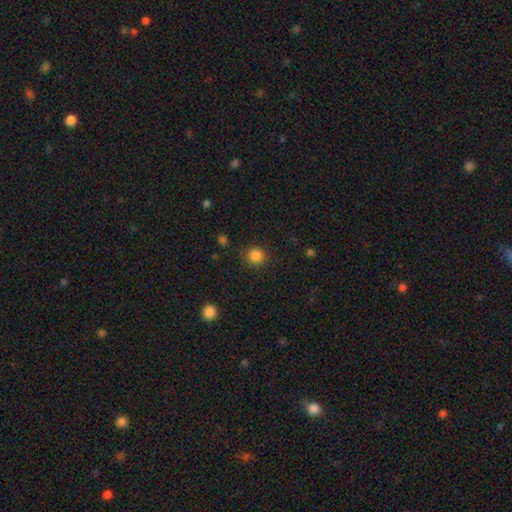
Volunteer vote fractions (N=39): A smooth galaxy with no disk features (95%) that is round (95%).

Vote fractions:
- Smooth or featured? smooth: 95% / featured or disk: 3% / star or artifact: 3%
- How rounded? round: 95% / in between: 5% / cigar-shaped: 0%
- Merging? none: 89% / minor disturbance: 11% / major disturbance: 0% / merger: 0%